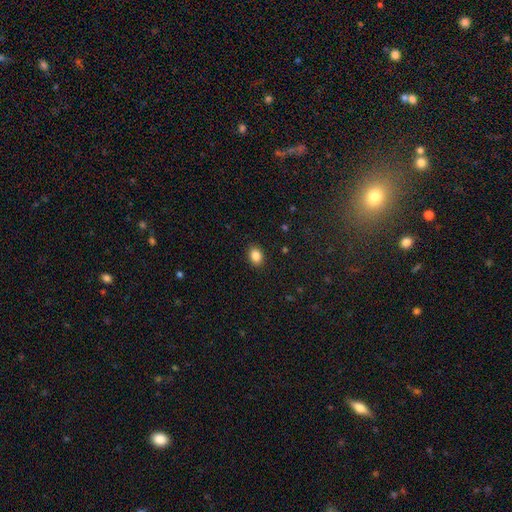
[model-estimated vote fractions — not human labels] Q: Smooth or featured?
A: smooth (87%); runner-up: star or artifact (9%)
Q: How rounded?
A: in between (72%); runner-up: round (27%)
Q: Merging?
A: none (89%); runner-up: minor disturbance (8%)